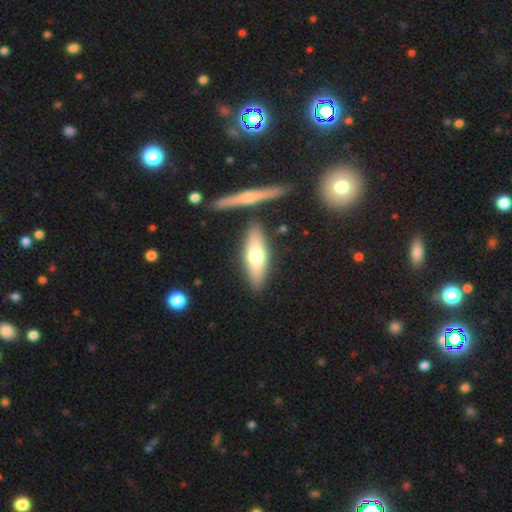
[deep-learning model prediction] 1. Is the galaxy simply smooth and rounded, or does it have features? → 60% smooth, 34% featured or disk, 6% star or artifact.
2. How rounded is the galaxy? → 53% in between, 45% cigar-shaped, 3% round.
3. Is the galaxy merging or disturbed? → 80% none, 10% minor disturbance, 7% merger, 3% major disturbance.